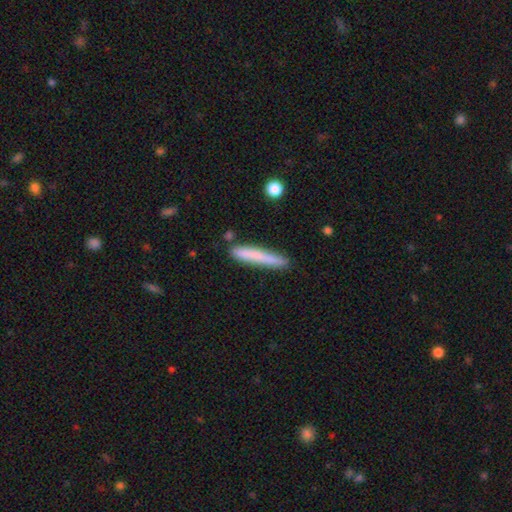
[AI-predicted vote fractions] Morphology: type=smooth (74%); roundness=cigar-shaped (95%); merging=none (81%).